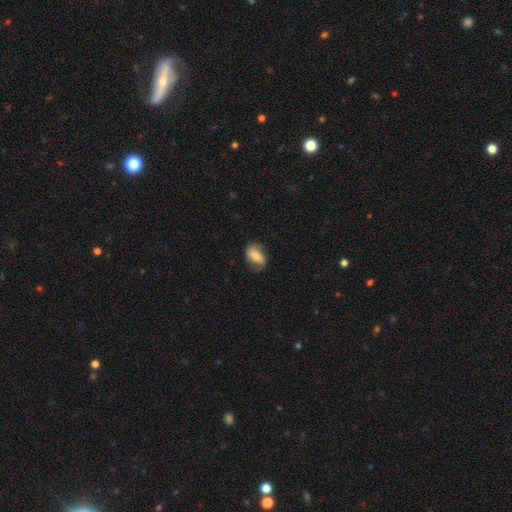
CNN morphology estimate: Overall: smooth (62%; featured or disk 31%). How rounded: in between (84%). Merging: none (70%).